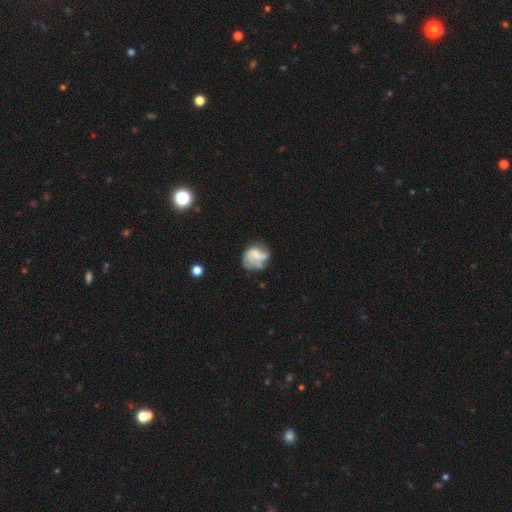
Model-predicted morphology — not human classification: Smooth or featured? featured or disk (48%)
Merging? none (42%)